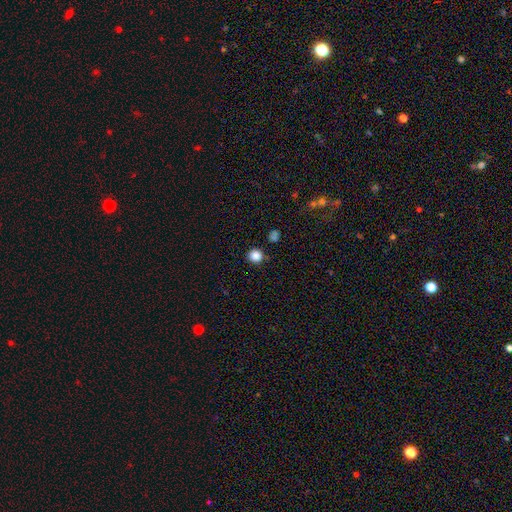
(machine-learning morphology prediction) type=smooth (85%); roundness=round (92%); merging=none (87%).